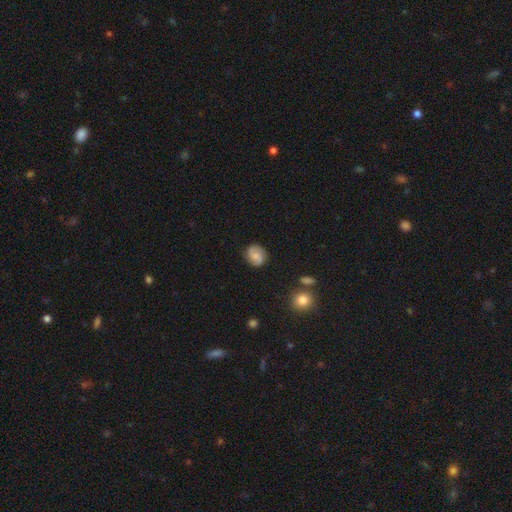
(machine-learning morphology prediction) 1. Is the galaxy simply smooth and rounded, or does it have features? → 57% smooth, 35% featured or disk, 8% star or artifact.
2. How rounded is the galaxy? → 59% round, 39% in between, 1% cigar-shaped.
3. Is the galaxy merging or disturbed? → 79% none, 15% minor disturbance, 4% major disturbance, 2% merger.